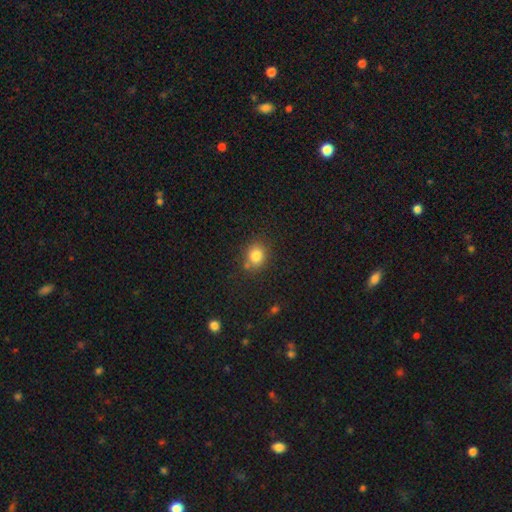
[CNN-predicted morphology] Smooth or featured? Predicted: smooth (p=0.83). How rounded? Predicted: round (p=0.71). Merging? Predicted: none (p=0.76).